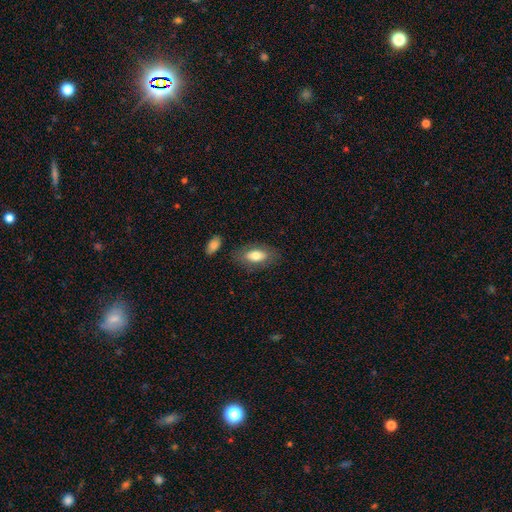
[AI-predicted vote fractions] Q: Smooth or featured?
A: smooth (75%); runner-up: featured or disk (18%)
Q: How rounded?
A: in between (89%); runner-up: cigar-shaped (7%)
Q: Merging?
A: none (79%); runner-up: minor disturbance (13%)